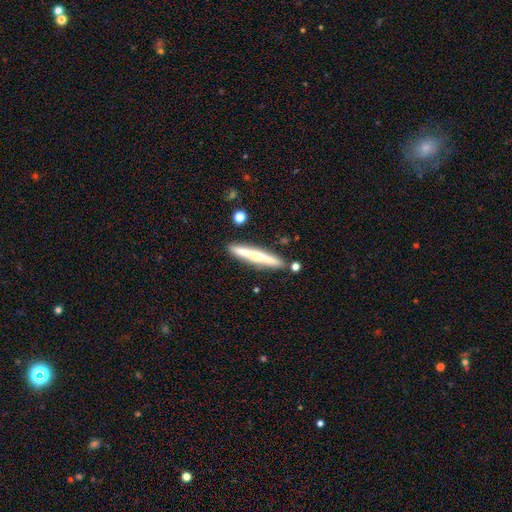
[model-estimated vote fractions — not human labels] This is possibly a smooth galaxy (52%). How rounded: clearly cigar-shaped (95%). Merging: clearly none (85%).